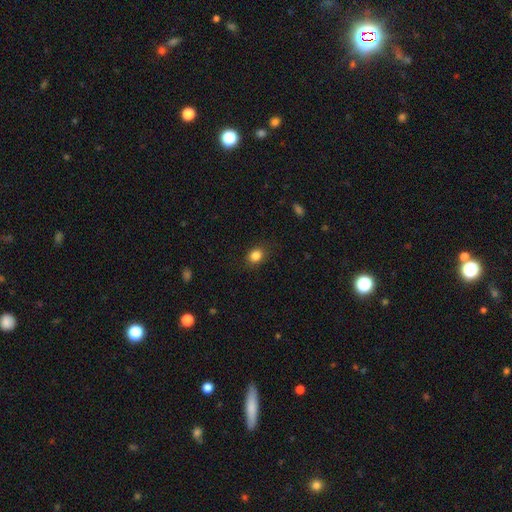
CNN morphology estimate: This is clearly a smooth galaxy (84%). How rounded: possibly round (51%). Merging: clearly none (86%).